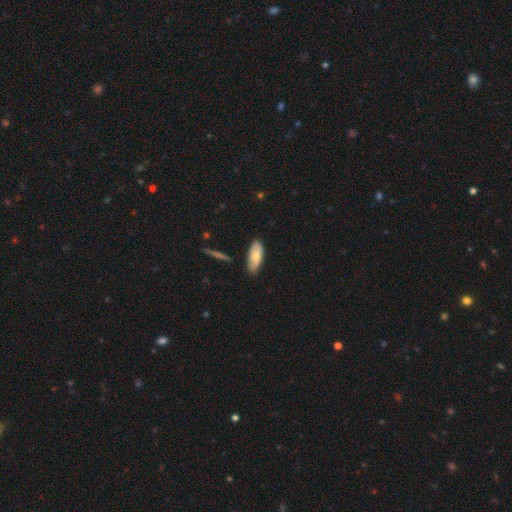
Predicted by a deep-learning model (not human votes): Smooth or featured? Predicted: smooth (p=0.74). How rounded? Predicted: in between (p=0.81). Merging? Predicted: none (p=0.80).